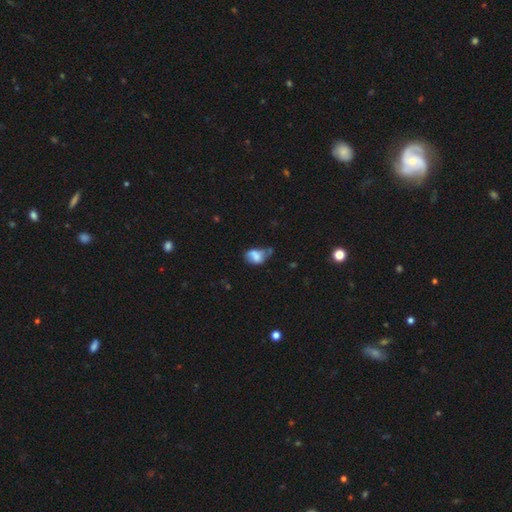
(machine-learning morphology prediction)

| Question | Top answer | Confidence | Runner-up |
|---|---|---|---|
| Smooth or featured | smooth | 63% | featured or disk (26%) |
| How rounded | in between | 77% | round (22%) |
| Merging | minor disturbance | 34% | none (31%) |